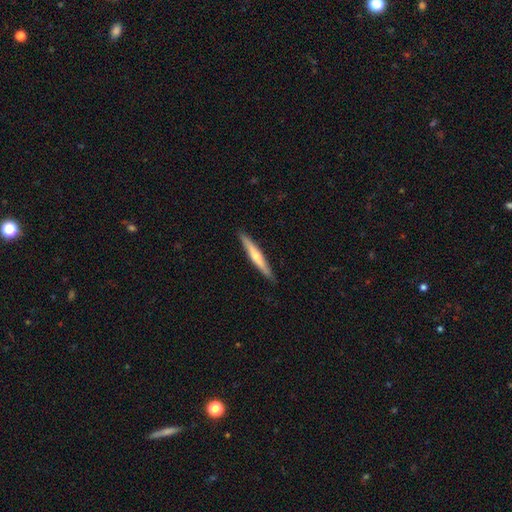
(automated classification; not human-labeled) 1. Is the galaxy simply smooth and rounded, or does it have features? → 56% featured or disk, 38% smooth, 6% star or artifact.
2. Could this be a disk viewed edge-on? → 95% yes, 5% no.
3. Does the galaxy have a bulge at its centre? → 75% rounded, 21% none, 4% boxy.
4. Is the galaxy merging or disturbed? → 90% none, 8% minor disturbance, 1% major disturbance, 1% merger.